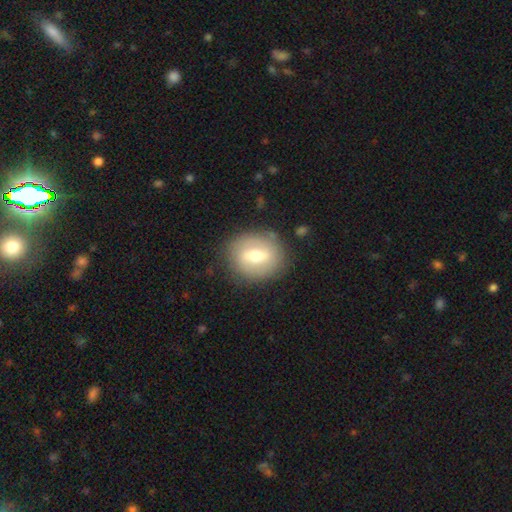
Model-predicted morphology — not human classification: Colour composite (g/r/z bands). It shows a smooth galaxy with no disk features (47%). Merging: none (82%).